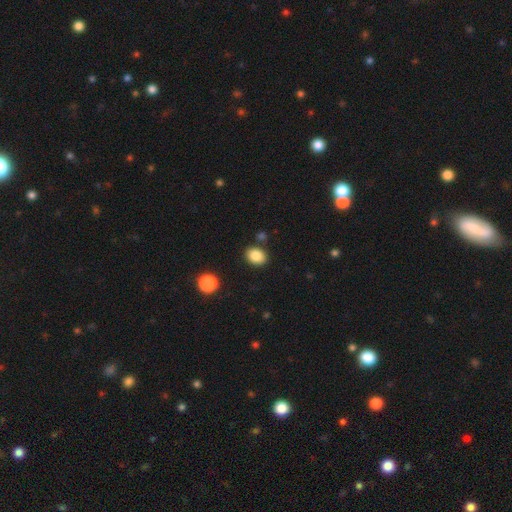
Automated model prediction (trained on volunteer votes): Smooth or featured?
  - smooth: 86% *
  - star or artifact: 9%
  - featured or disk: 5%
How rounded?
  - in between: 64% *
  - round: 35%
  - cigar-shaped: 1%
Merging?
  - none: 84% *
  - minor disturbance: 9%
  - merger: 5%
  - major disturbance: 3%